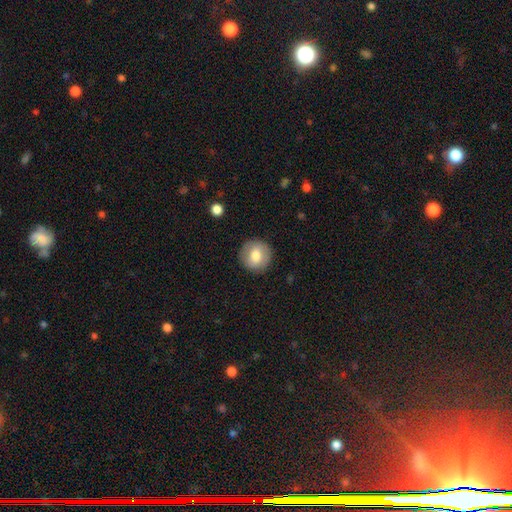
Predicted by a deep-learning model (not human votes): Q: Smooth or featured?
A: smooth (71%); runner-up: featured or disk (22%)
Q: How rounded?
A: round (92%); runner-up: in between (7%)
Q: Merging?
A: none (88%); runner-up: minor disturbance (8%)